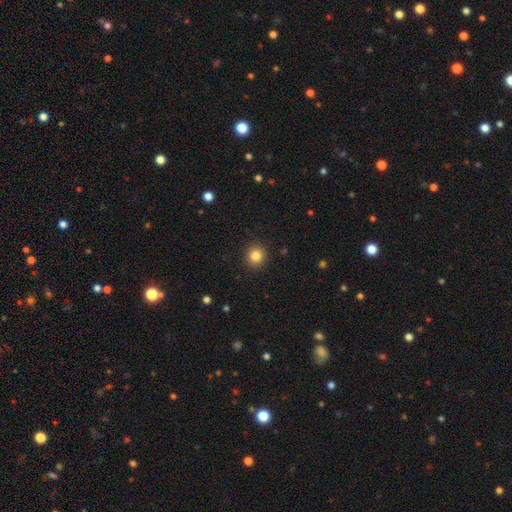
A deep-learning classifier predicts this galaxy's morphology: Smooth or featured?
  - smooth: 83% *
  - star or artifact: 11%
  - featured or disk: 5%
How rounded?
  - round: 91% *
  - in between: 8%
  - cigar-shaped: 1%
Merging?
  - none: 92% *
  - minor disturbance: 5%
  - major disturbance: 2%
  - merger: 1%